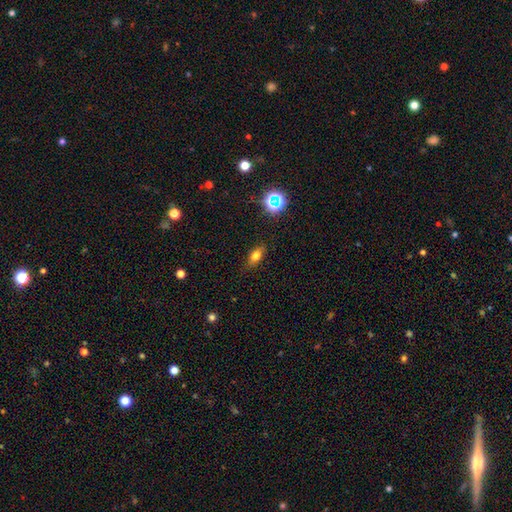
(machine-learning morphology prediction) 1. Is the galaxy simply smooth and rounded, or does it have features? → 69% smooth, 16% featured or disk, 15% star or artifact.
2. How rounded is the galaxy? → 76% in between, 13% cigar-shaped, 12% round.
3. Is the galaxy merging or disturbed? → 85% none, 11% minor disturbance, 3% major disturbance, 1% merger.